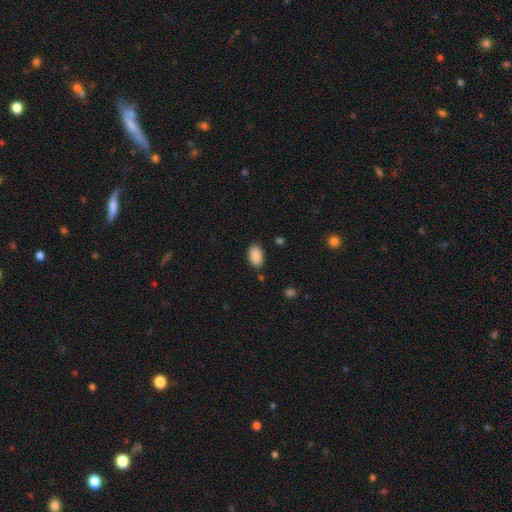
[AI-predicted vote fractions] This appears to be a smooth galaxy with no disk features (90%) that is in between round and cigar-shaped (93%). Merging: none (83%).